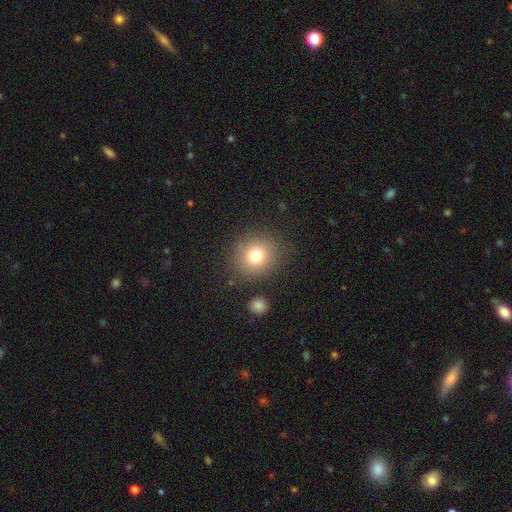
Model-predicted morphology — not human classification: A smooth galaxy with no disk features (77%) that is round (85%).

Vote fractions:
- Smooth or featured? smooth: 77% / star or artifact: 13% / featured or disk: 10%
- How rounded? round: 85% / in between: 14% / cigar-shaped: 1%
- Merging? none: 84% / minor disturbance: 9% / major disturbance: 4% / merger: 3%